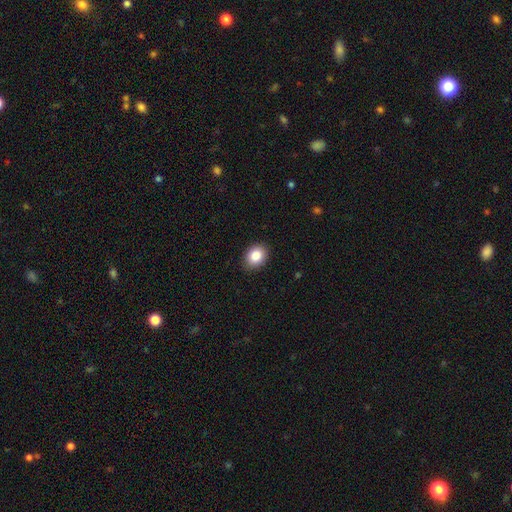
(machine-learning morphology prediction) smooth-or-featured: smooth: 86% | star or artifact: 8% | featured or disk: 5%
  how-rounded: in between: 60% | round: 39% | cigar-shaped: 1%
  merging: none: 88% | minor disturbance: 9% | major disturbance: 2% | merger: 1%